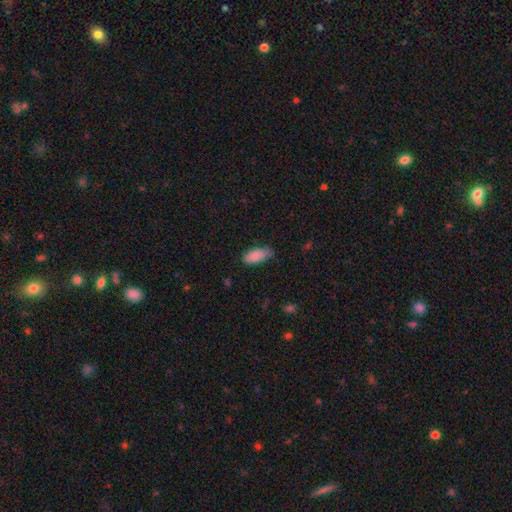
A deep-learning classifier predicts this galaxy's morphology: Q: Smooth or featured?
A: smooth (88%); runner-up: star or artifact (7%)
Q: How rounded?
A: in between (89%); runner-up: cigar-shaped (9%)
Q: Merging?
A: none (68%); runner-up: minor disturbance (26%)